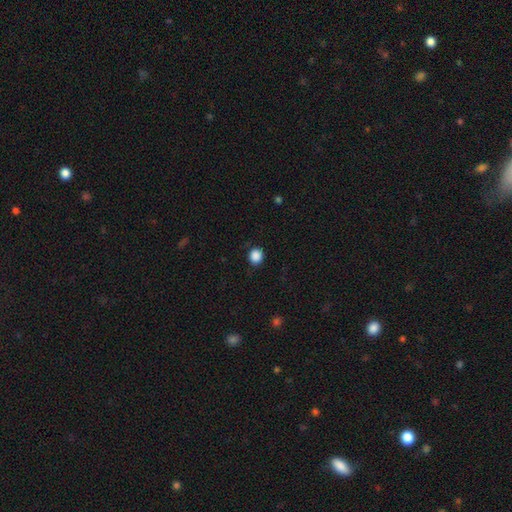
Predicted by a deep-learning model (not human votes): This appears to be a smooth galaxy with no disk features (88%) that is round (82%). Merging: none (86%).